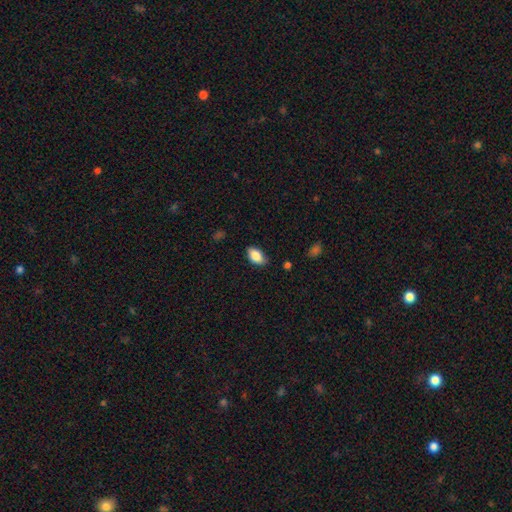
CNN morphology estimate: Smooth or featured? Predicted: smooth (p=0.86). How rounded? Predicted: in between (p=0.92). Merging? Predicted: none (p=0.79).